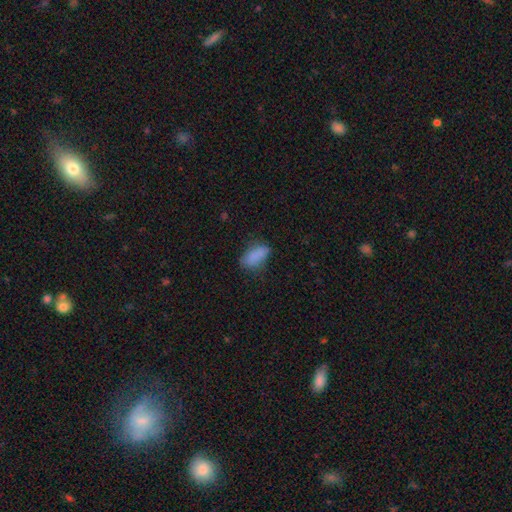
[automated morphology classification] type=smooth (84%); roundness=in between (90%); merging=none (64%).